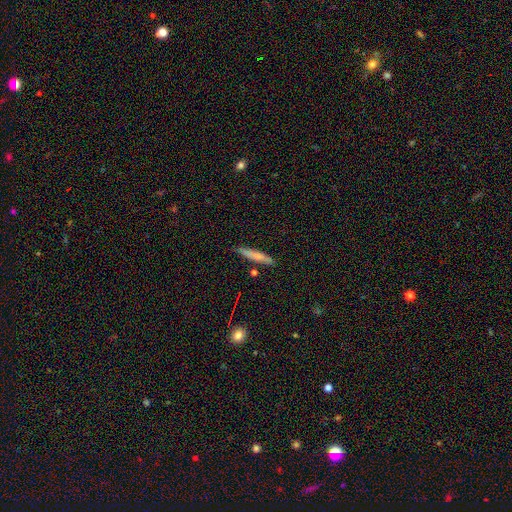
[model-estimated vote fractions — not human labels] smooth 65%, featured or disk 28%, star or artifact 7%. Down the decision tree: how rounded — cigar-shaped (94%); merging — none (83%).